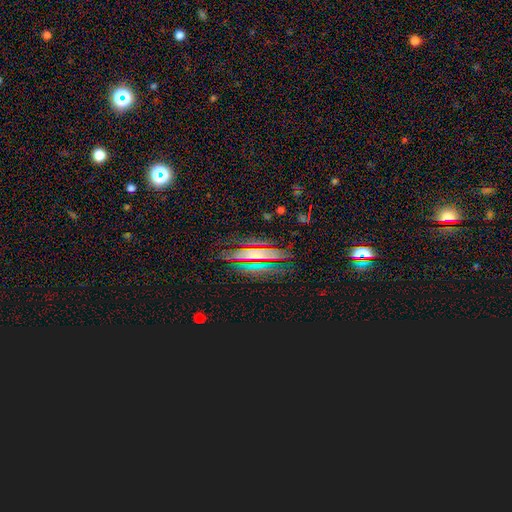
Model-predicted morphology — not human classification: featured or disk 37%, smooth 35%, star or artifact 28%. Down the decision tree: merging — none (75%).